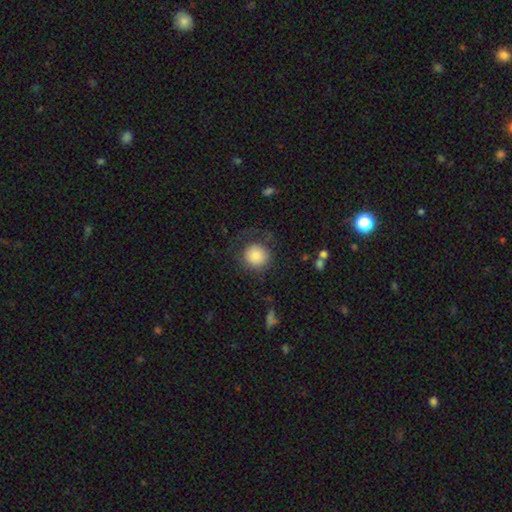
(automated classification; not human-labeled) Smooth or featured?
  - smooth: 83% *
  - featured or disk: 10%
  - star or artifact: 8%
How rounded?
  - round: 91% *
  - in between: 8%
  - cigar-shaped: 1%
Merging?
  - none: 67% *
  - major disturbance: 16%
  - minor disturbance: 15%
  - merger: 2%